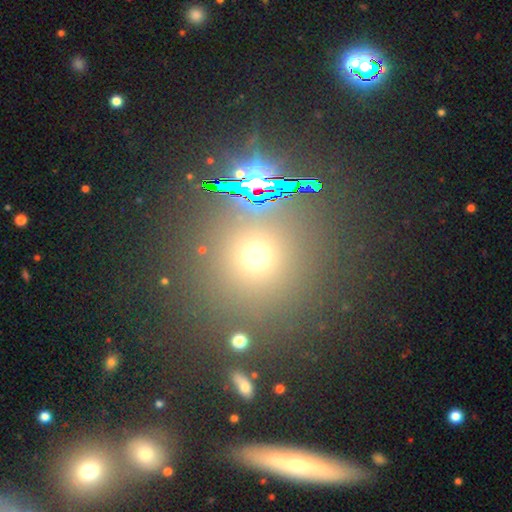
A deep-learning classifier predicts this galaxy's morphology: A smooth galaxy with no disk features (49%).

Vote fractions:
- Smooth or featured? smooth: 49% / star or artifact: 42% / featured or disk: 9%
- Merging? none: 83% / minor disturbance: 7% / merger: 6% / major disturbance: 4%